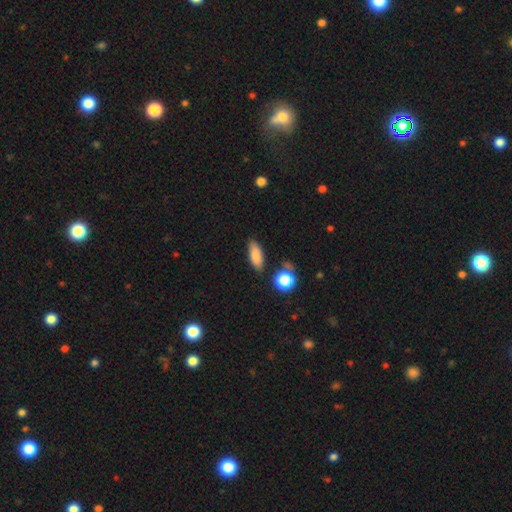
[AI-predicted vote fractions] Smooth or featured?
  - smooth: 83% *
  - featured or disk: 9%
  - star or artifact: 8%
How rounded?
  - in between: 75% *
  - cigar-shaped: 21%
  - round: 5%
Merging?
  - none: 79% *
  - minor disturbance: 13%
  - merger: 5%
  - major disturbance: 3%